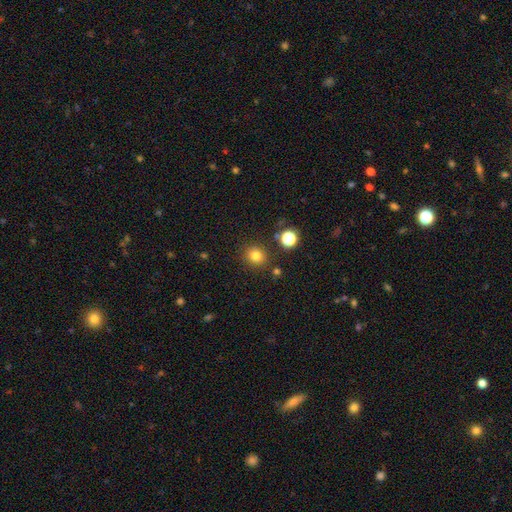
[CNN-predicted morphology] Overall: smooth (80%). How rounded: round (82%). Merging: none (85%).